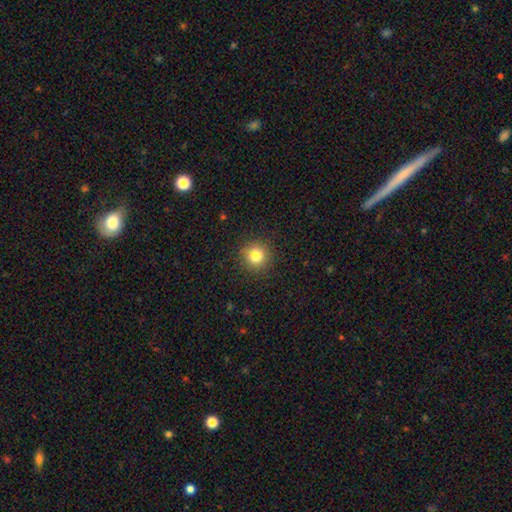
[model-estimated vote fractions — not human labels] Smooth or featured: smooth — 82% (star or artifact — 12%)
How rounded: round — 94% (in between — 5%)
Merging: none — 91% (minor disturbance — 6%)